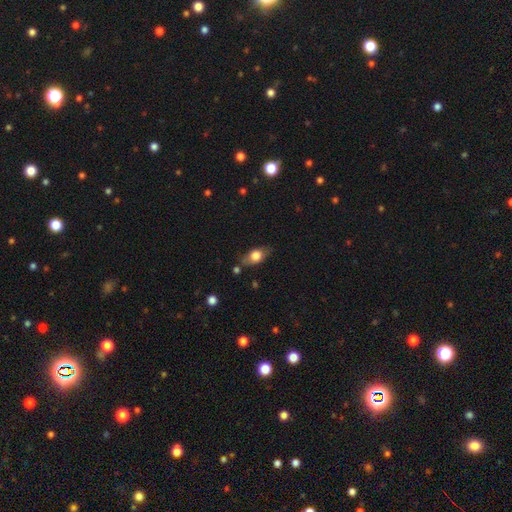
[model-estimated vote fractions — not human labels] Smooth or featured? smooth (69%)
How rounded? in between (80%)
Merging? none (71%)